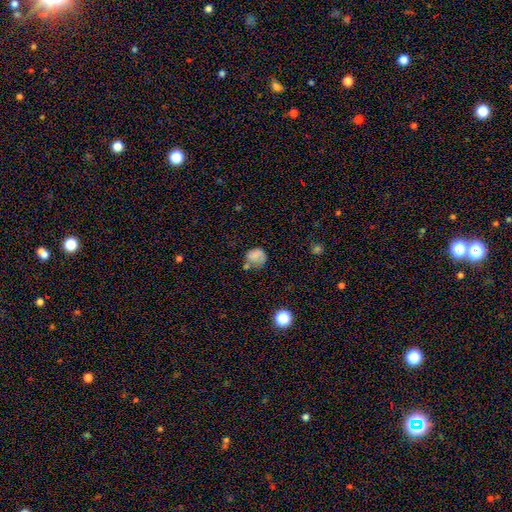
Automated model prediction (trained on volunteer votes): The model was most divided on "merging": none: 45%, minor disturbance: 27%, major disturbance: 15%, merger: 13%. More confident: smooth or featured — smooth (74%); how rounded — round (69%).